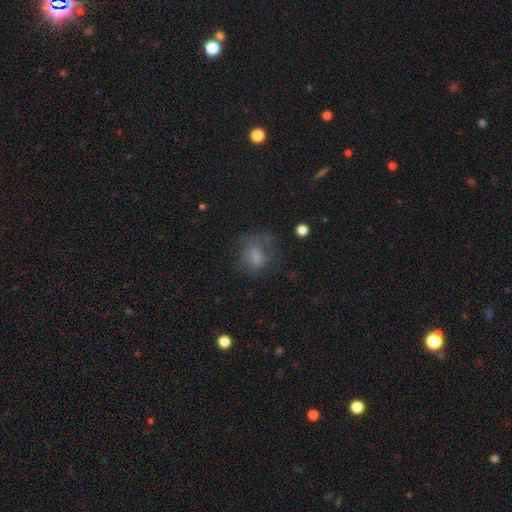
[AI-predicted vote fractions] smooth_or_featured: smooth (p=0.59) [alt: featured or disk p=0.25]
how_rounded: in between (p=0.54) [alt: round p=0.42]
merging: none (p=0.50) [alt: major disturbance p=0.24]